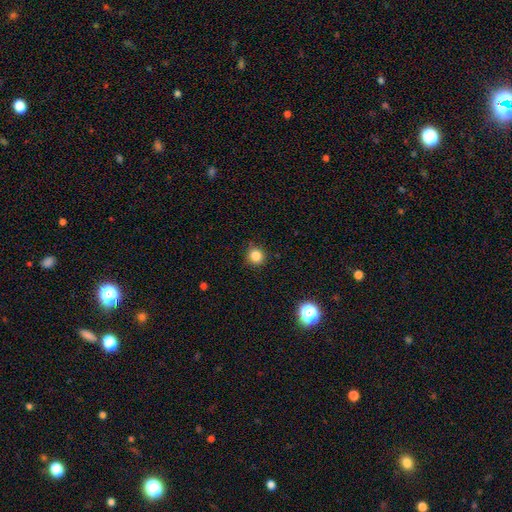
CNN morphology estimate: Smooth or featured? Predicted: smooth (p=0.83). How rounded? Predicted: round (p=0.91). Merging? Predicted: none (p=0.87).